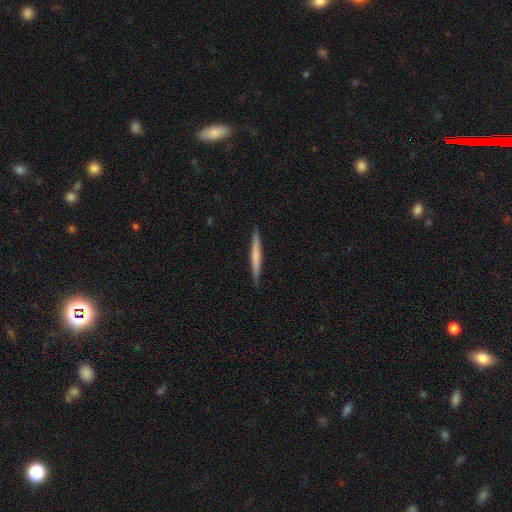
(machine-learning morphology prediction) Smooth or featured? smooth (57%)
How rounded? cigar-shaped (97%)
Merging? none (91%)